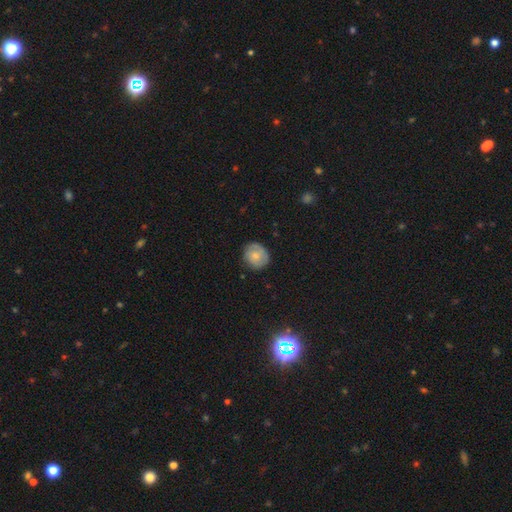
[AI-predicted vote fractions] Q: Smooth or featured?
A: smooth (62%); runner-up: featured or disk (31%)
Q: How rounded?
A: round (80%); runner-up: in between (19%)
Q: Merging?
A: none (79%); runner-up: minor disturbance (17%)